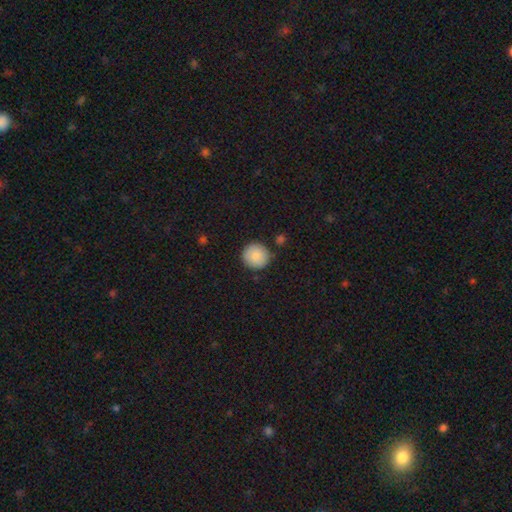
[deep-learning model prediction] Smooth or featured? Predicted: smooth (p=0.87). How rounded? Predicted: round (p=0.94). Merging? Predicted: none (p=0.86).